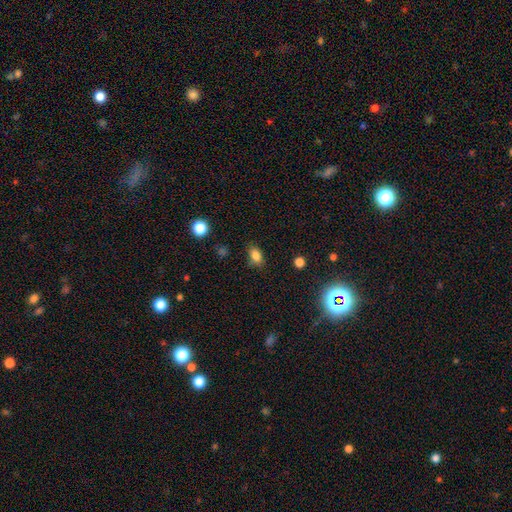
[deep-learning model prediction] Smooth or featured? smooth (83%)
How rounded? in between (83%)
Merging? none (78%)